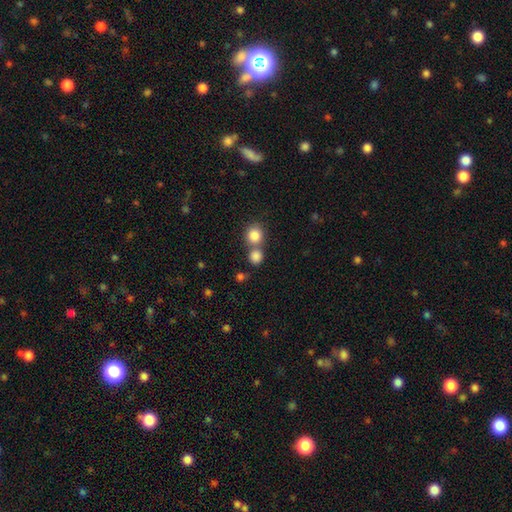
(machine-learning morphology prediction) smooth_or_featured: smooth (p=0.84) [alt: star or artifact p=0.10]
how_rounded: round (p=0.81) [alt: in between p=0.18]
merging: none (p=0.50) [alt: merger p=0.40]